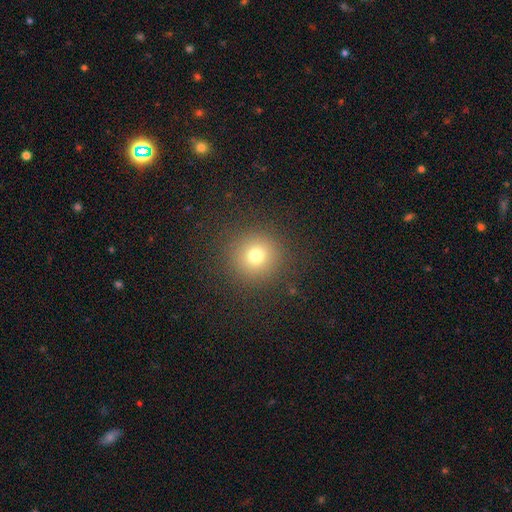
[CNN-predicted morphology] This appears to be a smooth galaxy with no disk features (74%) that is round (94%). Merging: none (90%).